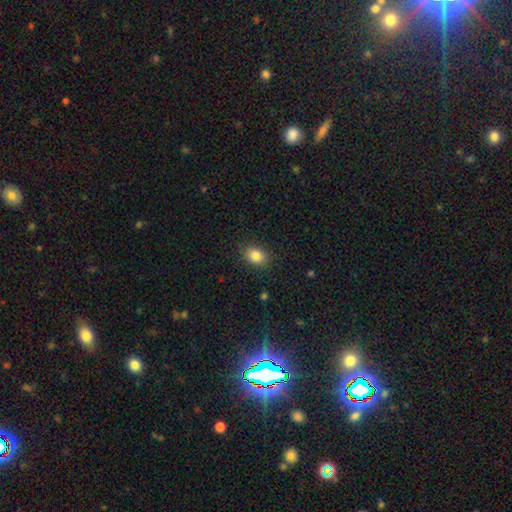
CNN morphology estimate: Q: Smooth or featured?
A: smooth (85%); runner-up: star or artifact (9%)
Q: How rounded?
A: in between (68%); runner-up: round (31%)
Q: Merging?
A: none (87%); runner-up: minor disturbance (10%)